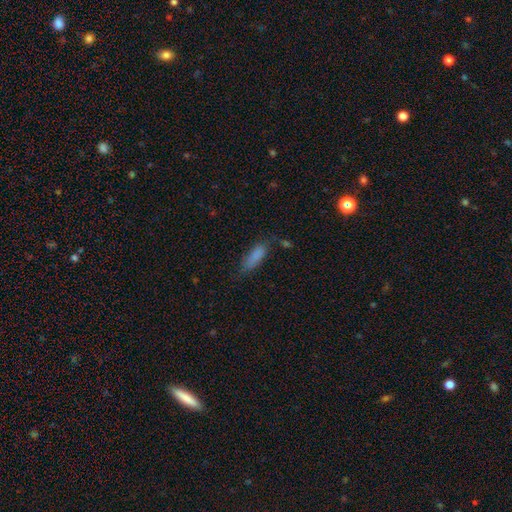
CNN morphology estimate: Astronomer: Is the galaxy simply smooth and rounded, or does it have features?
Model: smooth — 81%.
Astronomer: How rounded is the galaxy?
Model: in between — 55% (runner-up: cigar-shaped, 43%).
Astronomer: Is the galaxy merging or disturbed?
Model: none — 64%.